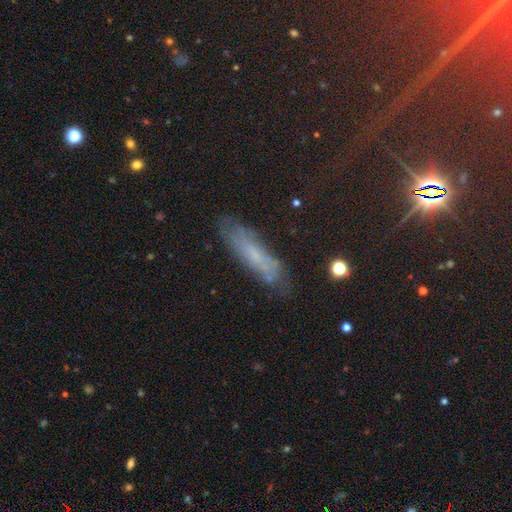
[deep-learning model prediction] Overall: featured or disk (40%; smooth 39%). Merging: none (78%).